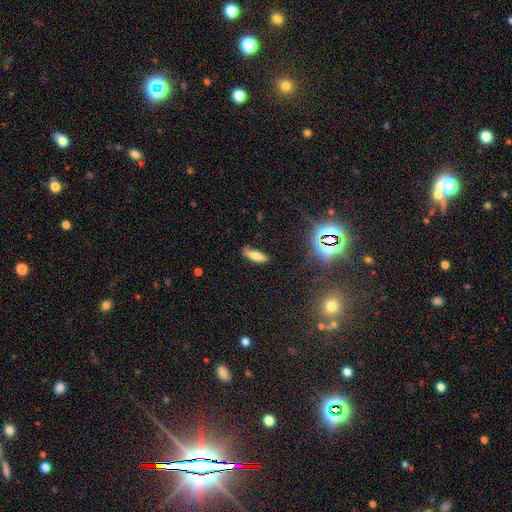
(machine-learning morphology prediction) smooth-or-featured: smooth: 68% | featured or disk: 20% | star or artifact: 12%
  how-rounded: in between: 49% | cigar-shaped: 48% | round: 2%
  merging: none: 68% | minor disturbance: 23% | major disturbance: 6% | merger: 3%